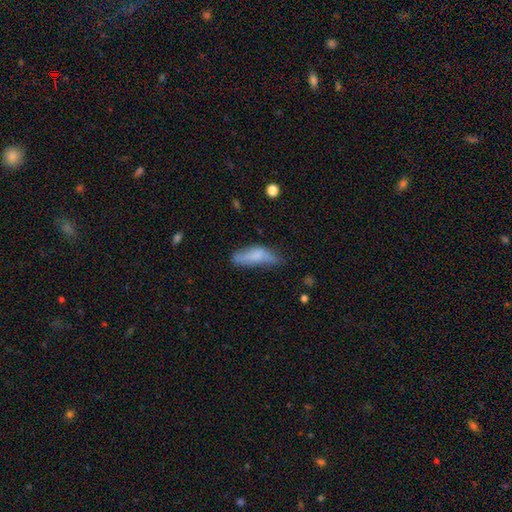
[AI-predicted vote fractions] smooth-or-featured: smooth: 68% | featured or disk: 23% | star or artifact: 8%
  how-rounded: in between: 53% | cigar-shaped: 45% | round: 2%
  merging: none: 44% | minor disturbance: 36% | major disturbance: 17% | merger: 4%